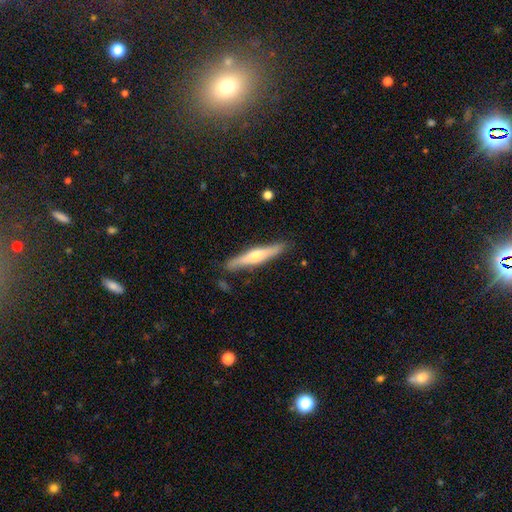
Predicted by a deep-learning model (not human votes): This is possibly a featured or disk galaxy (55%). It is clearly viewed edge-on (95%). Edge-on bulge: clearly rounded (83%). Merging: clearly none (85%).